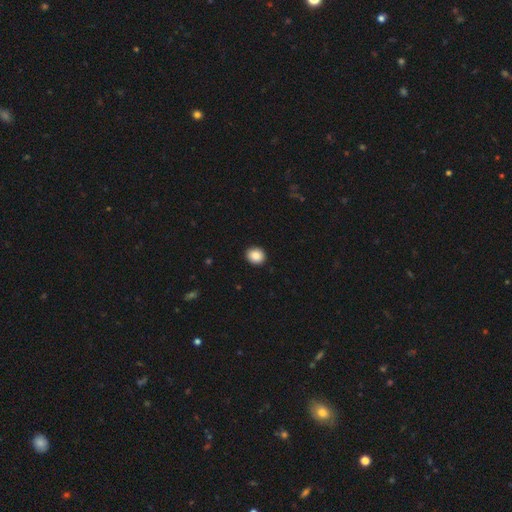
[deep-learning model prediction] Smooth or featured: smooth — 88% (star or artifact — 8%)
How rounded: round — 73% (in between — 26%)
Merging: none — 92% (minor disturbance — 6%)